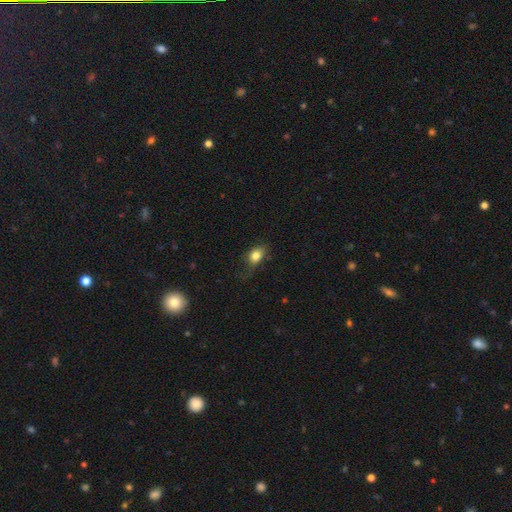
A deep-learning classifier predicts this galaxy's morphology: type=smooth (80%); roundness=in between (67%); merging=none (51%).